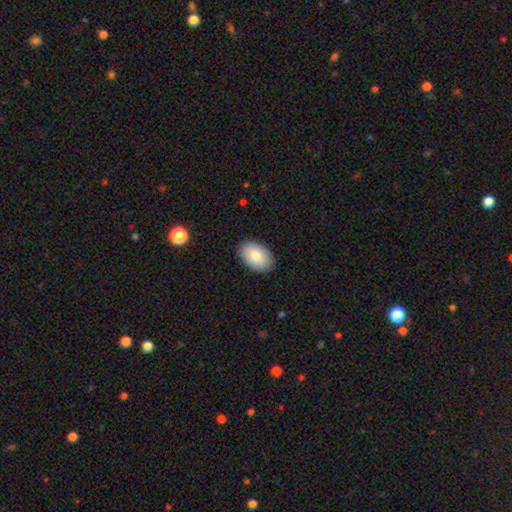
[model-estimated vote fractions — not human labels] Smooth or featured: smooth — 84% (featured or disk — 10%)
How rounded: in between — 92% (round — 7%)
Merging: none — 89% (minor disturbance — 9%)